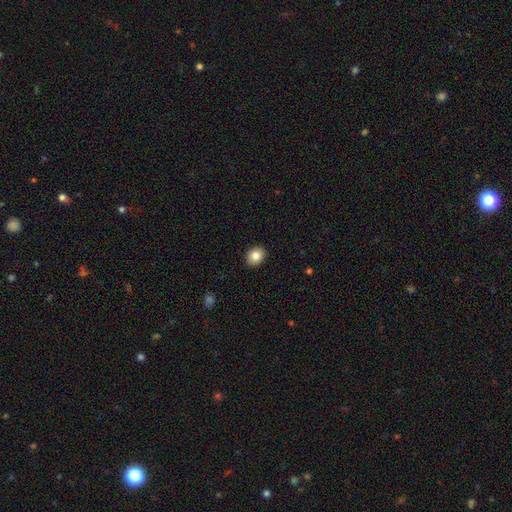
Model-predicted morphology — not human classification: smooth_or_featured: smooth (p=0.82) [alt: featured or disk p=0.09]
how_rounded: in between (p=0.53) [alt: round p=0.46]
merging: none (p=0.91) [alt: minor disturbance p=0.07]